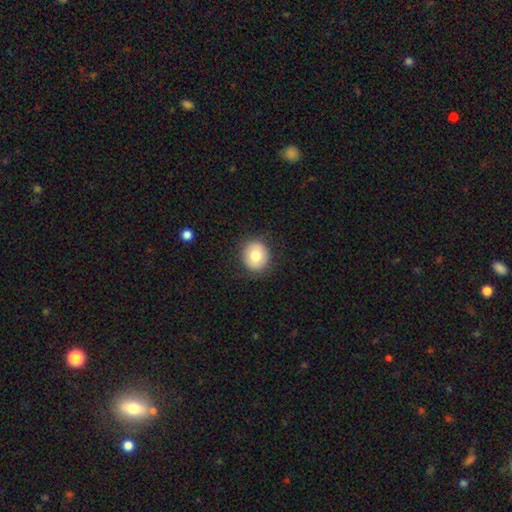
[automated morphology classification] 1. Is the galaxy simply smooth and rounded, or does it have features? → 80% smooth, 12% featured or disk, 8% star or artifact.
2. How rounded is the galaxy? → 82% round, 17% in between, 1% cigar-shaped.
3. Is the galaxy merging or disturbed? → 87% none, 9% minor disturbance, 3% major disturbance, 1% merger.